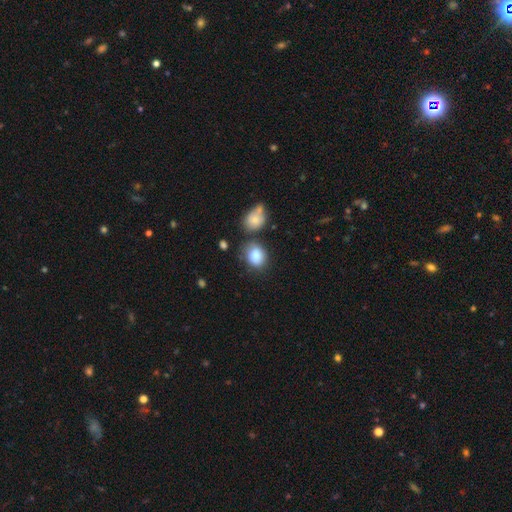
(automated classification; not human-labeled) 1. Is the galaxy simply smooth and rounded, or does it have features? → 85% smooth, 8% star or artifact, 7% featured or disk.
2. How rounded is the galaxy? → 52% in between, 46% round, 1% cigar-shaped.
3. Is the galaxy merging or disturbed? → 60% none, 19% minor disturbance, 14% merger, 6% major disturbance.